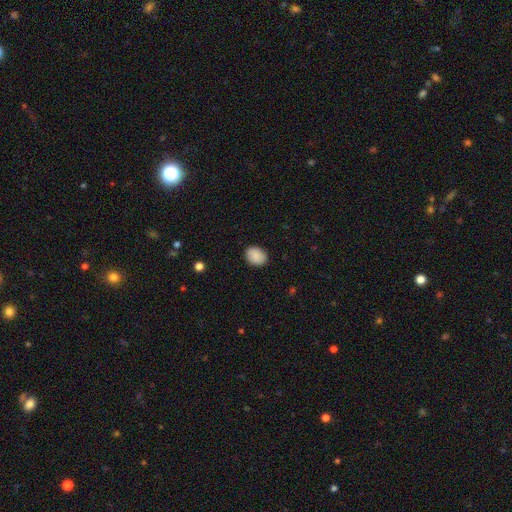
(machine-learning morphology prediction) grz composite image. It shows a smooth galaxy with no disk features (89%) that is in between round and cigar-shaped (59%). Merging: none (87%).